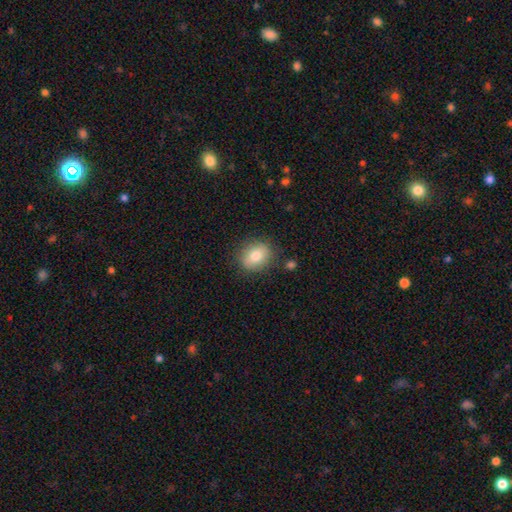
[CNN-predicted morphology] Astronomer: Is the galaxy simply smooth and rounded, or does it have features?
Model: smooth — 79%.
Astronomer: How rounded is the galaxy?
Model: round — 52% (runner-up: in between, 47%).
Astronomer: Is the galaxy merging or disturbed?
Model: none — 83%.